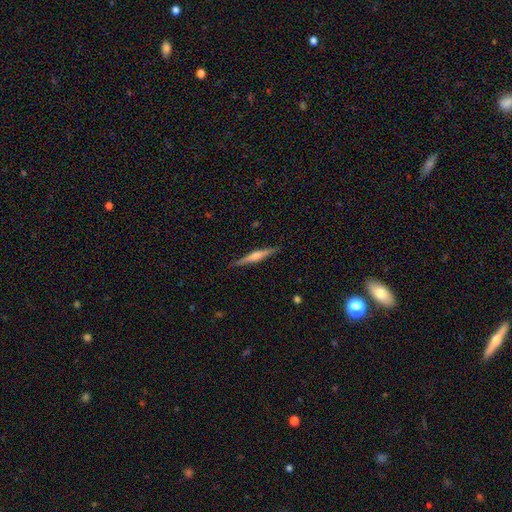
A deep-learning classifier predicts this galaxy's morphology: A featured or disk galaxy (72%) viewed edge-on (98%) with a rounded central bulge (76%). Merging: none (91%).